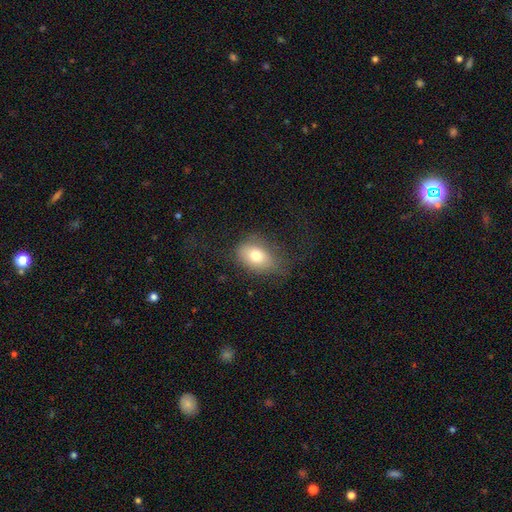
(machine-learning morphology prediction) A smooth galaxy with no disk features (76%) that is in between round and cigar-shaped (79%).

Vote fractions:
- Smooth or featured? smooth: 76% / featured or disk: 15% / star or artifact: 10%
- How rounded? in between: 79% / round: 19% / cigar-shaped: 1%
- Merging? none: 61% / minor disturbance: 24% / major disturbance: 13% / merger: 1%